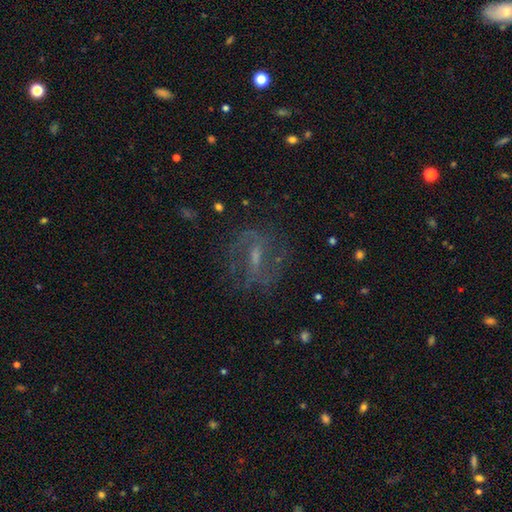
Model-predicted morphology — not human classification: smooth-or-featured: featured or disk: 69% | smooth: 17% | star or artifact: 14%
  disk-edge-on: no: 92% | yes: 8%
    bar: weak: 46% | strong: 36% | no: 18%
    has-spiral-arms: yes: 82% | no: 18%
      spiral-winding: medium: 48% | loose: 29% | tight: 23%
      spiral-arm-count: 2: 71% | can't tell: 18% | 1: 4% | 3: 4% | 4: 2% | more than 4: 2%
    bulge-size: small: 42% | moderate: 32% | none: 20% | large: 4% | dominant: 1%
  merging: none: 72% | minor disturbance: 15% | major disturbance: 11% | merger: 2%